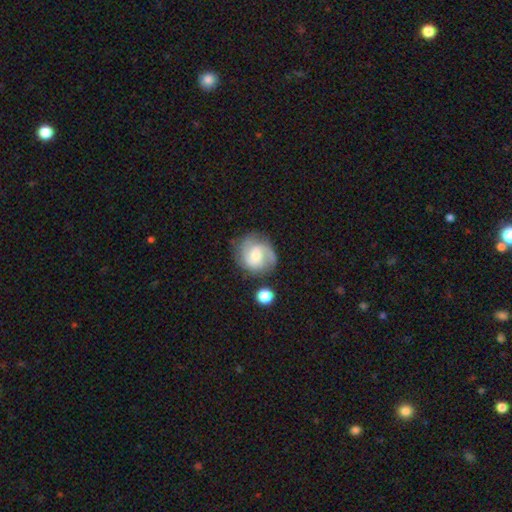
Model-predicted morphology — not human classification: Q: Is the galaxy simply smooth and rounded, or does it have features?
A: featured or disk — 75%.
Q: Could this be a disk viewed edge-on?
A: no — 98%.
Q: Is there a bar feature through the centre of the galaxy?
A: no — 51%.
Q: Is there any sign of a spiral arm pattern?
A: yes — 95%.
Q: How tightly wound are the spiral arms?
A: medium — 48%.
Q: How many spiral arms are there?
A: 2 — 65%.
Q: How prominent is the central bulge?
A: moderate — 49%.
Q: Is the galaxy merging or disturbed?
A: none — 71%.